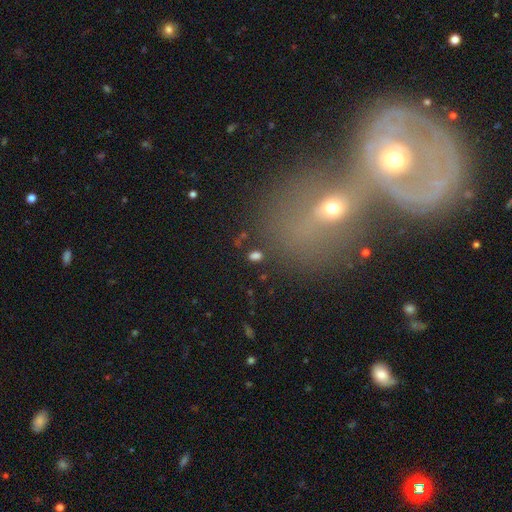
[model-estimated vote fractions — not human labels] Smooth or featured? smooth (75%)
How rounded? in between (77%)
Merging? none (82%)